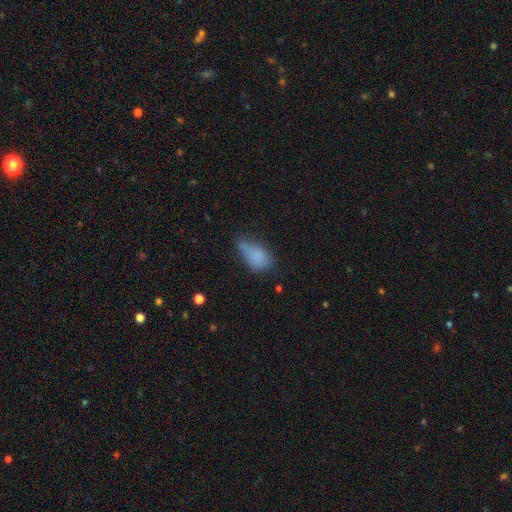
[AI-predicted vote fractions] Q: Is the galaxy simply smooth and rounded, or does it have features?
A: smooth — 78%.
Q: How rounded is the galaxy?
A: in between — 86%.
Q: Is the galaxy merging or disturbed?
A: minor disturbance — 38%.